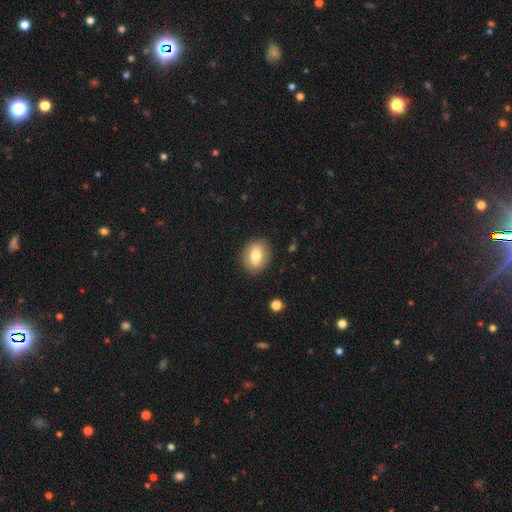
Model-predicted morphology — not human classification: Smooth or featured?
  - smooth: 76% *
  - featured or disk: 16%
  - star or artifact: 8%
How rounded?
  - in between: 56% *
  - round: 42%
  - cigar-shaped: 1%
Merging?
  - none: 88% *
  - minor disturbance: 9%
  - major disturbance: 2%
  - merger: 1%